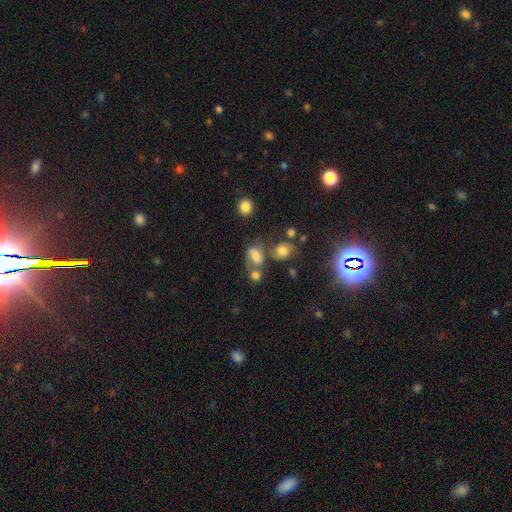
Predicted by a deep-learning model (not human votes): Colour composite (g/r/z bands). It shows a smooth galaxy with no disk features (48%). Merging: none (39%).